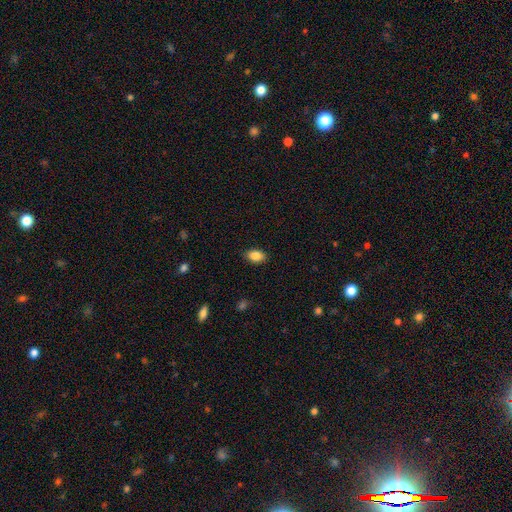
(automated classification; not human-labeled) This is clearly a smooth galaxy (87%). How rounded: clearly in between (88%). Merging: clearly none (88%).